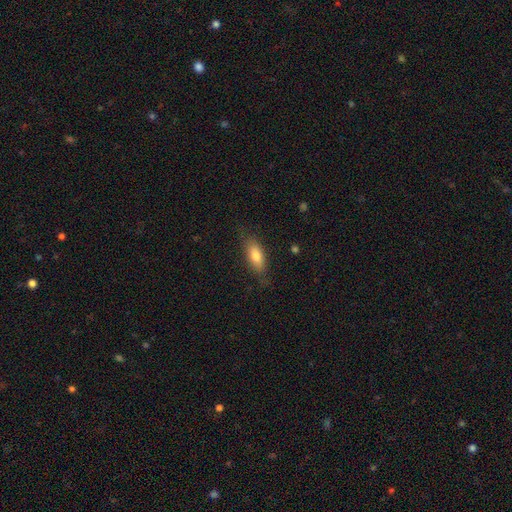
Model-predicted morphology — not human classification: type=smooth (77%); roundness=in between (75%); merging=none (78%).